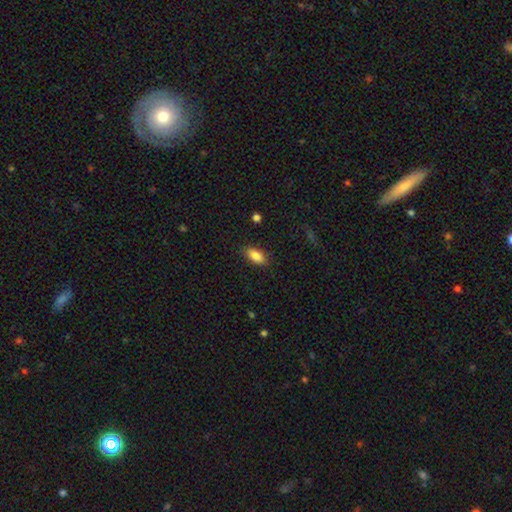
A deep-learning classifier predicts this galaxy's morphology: Smooth or featured?
  - smooth: 85% *
  - star or artifact: 7%
  - featured or disk: 7%
How rounded?
  - in between: 88% *
  - cigar-shaped: 9%
  - round: 3%
Merging?
  - none: 86% *
  - minor disturbance: 10%
  - major disturbance: 2%
  - merger: 1%